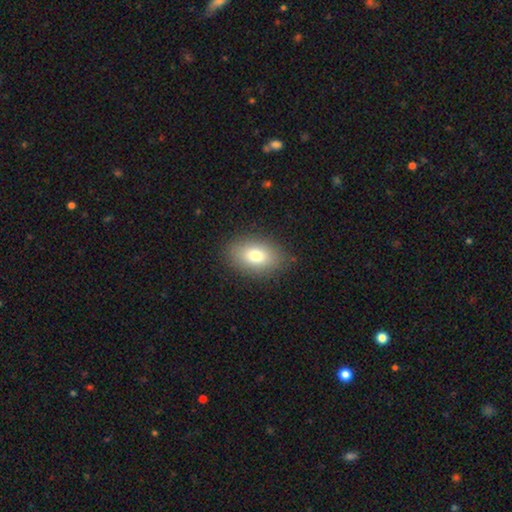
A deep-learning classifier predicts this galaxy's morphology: smooth-or-featured: smooth: 78% | featured or disk: 12% | star or artifact: 9%
  how-rounded: in between: 87% | round: 11% | cigar-shaped: 2%
  merging: none: 86% | minor disturbance: 10% | major disturbance: 3% | merger: 1%